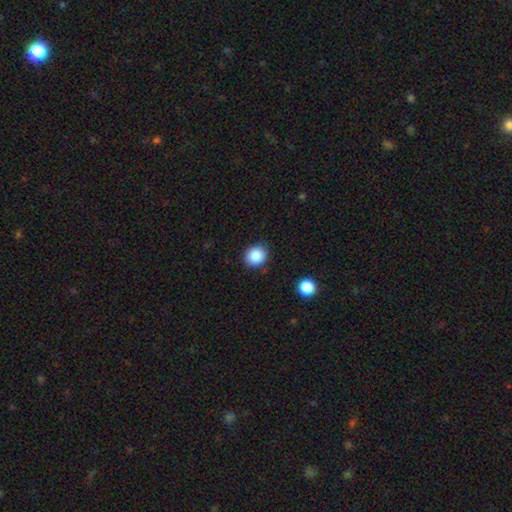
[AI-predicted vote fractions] Overall: smooth (88%). How rounded: round (78%). Merging: none (87%).